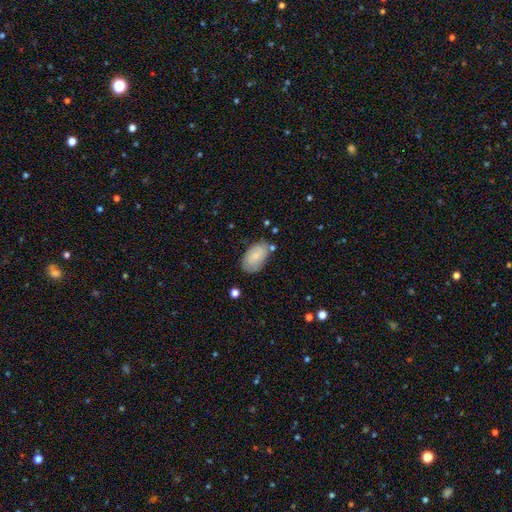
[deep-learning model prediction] Overall: smooth (75%). How rounded: in between (94%). Merging: none (69%).